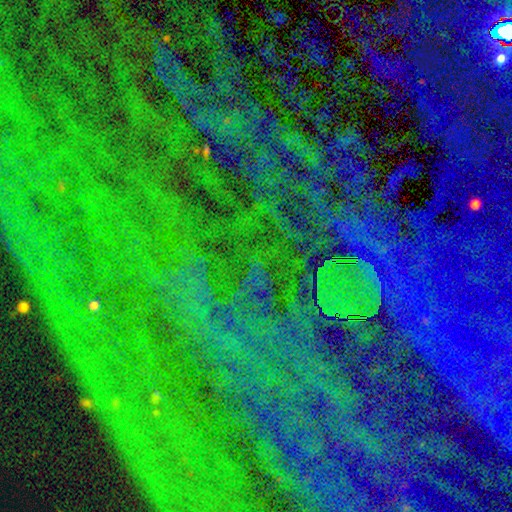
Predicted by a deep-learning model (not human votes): A star or artifact, not a galaxy (85%).